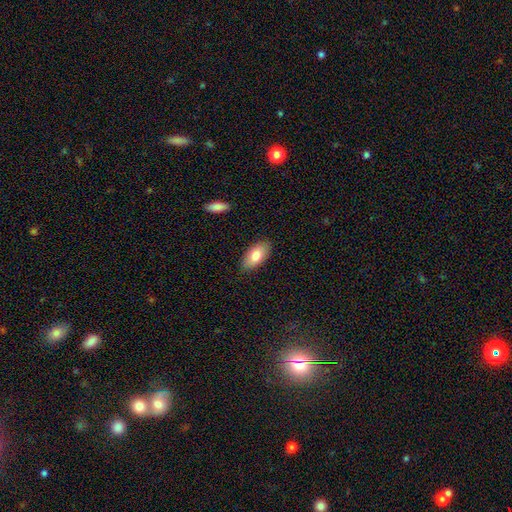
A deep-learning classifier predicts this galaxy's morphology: Smooth or featured?
  - smooth: 80% *
  - featured or disk: 14%
  - star or artifact: 6%
How rounded?
  - in between: 92% *
  - cigar-shaped: 5%
  - round: 3%
Merging?
  - none: 87% *
  - minor disturbance: 10%
  - major disturbance: 2%
  - merger: 1%